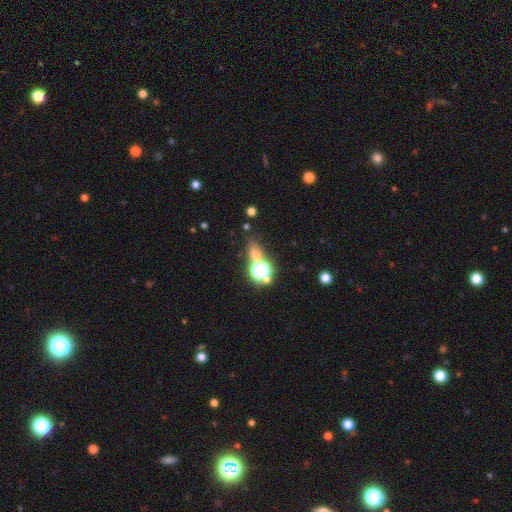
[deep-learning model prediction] Smooth or featured? Predicted: smooth (p=0.53). How rounded? Predicted: round (p=0.53). Merging? Predicted: none (p=0.59).